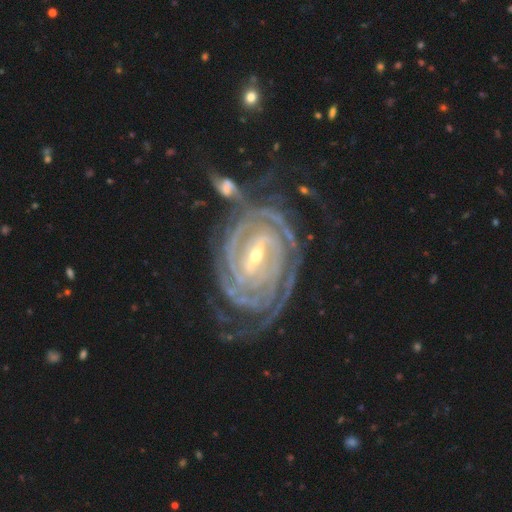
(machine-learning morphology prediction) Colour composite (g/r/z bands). It shows a featured or disk galaxy (93%) with a strong bar (55%), 2 (23%) tight (86%) spiral arms (99%) and a small central bulge (65%). Merging: none (62%).